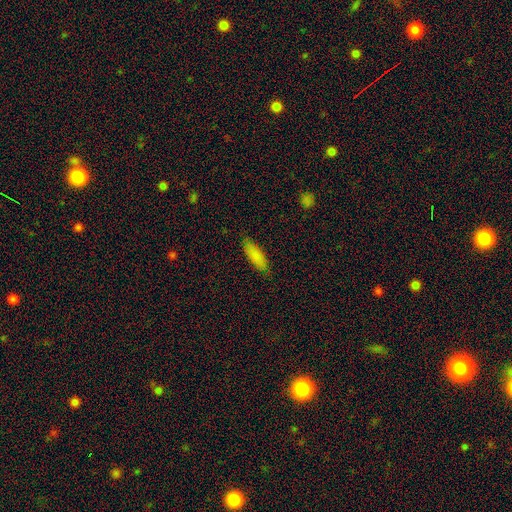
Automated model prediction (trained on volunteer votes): Overall: smooth (85%). How rounded: in between (58%; cigar-shaped 41%). Merging: none (85%).